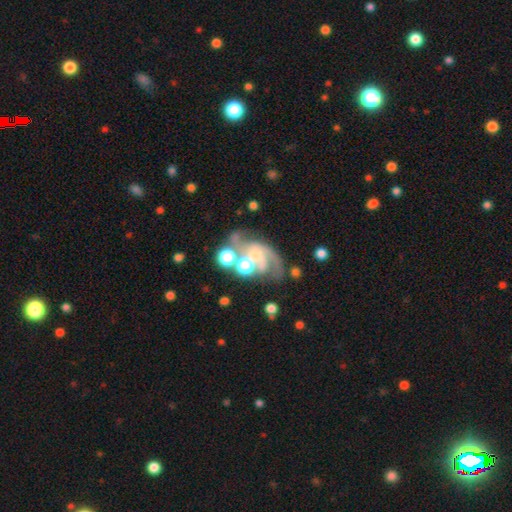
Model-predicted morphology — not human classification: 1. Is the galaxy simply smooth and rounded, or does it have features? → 72% featured or disk, 15% smooth, 13% star or artifact.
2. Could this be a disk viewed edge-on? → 98% no, 2% yes.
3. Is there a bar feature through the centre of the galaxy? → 65% no, 27% weak, 8% strong.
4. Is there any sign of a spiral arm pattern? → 90% yes, 10% no.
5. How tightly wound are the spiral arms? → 48% medium, 33% loose, 20% tight.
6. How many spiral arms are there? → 62% 2, 13% 1, 11% can't tell, 10% 3, 3% 4, 2% more than 4.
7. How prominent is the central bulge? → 38% small, 34% moderate, 18% none, 8% large, 3% dominant.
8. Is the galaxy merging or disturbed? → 37% none, 23% major disturbance, 23% merger, 18% minor disturbance.